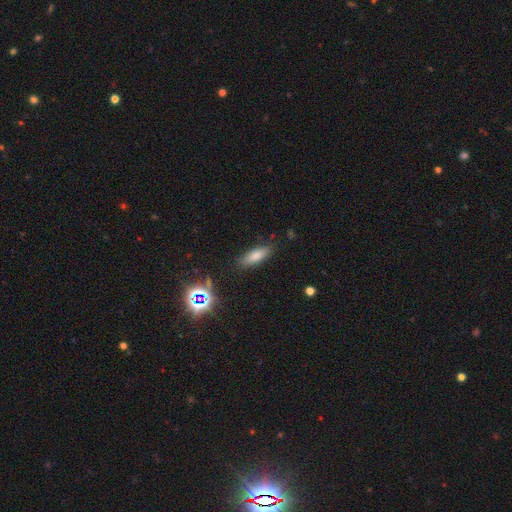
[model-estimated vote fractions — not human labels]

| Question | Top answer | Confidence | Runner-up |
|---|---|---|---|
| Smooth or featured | smooth | 78% | star or artifact (11%) |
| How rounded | in between | 60% | cigar-shaped (37%) |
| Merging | none | 83% | minor disturbance (12%) |